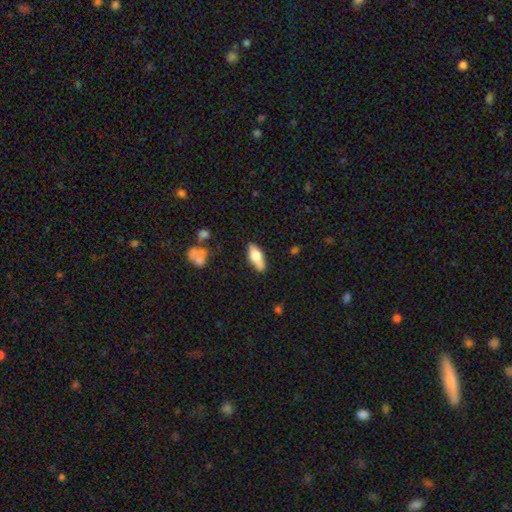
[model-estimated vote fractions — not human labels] smooth_or_featured: smooth (p=0.64) [alt: featured or disk p=0.29]
how_rounded: in between (p=0.73) [alt: cigar-shaped p=0.24]
merging: none (p=0.76) [alt: minor disturbance p=0.16]